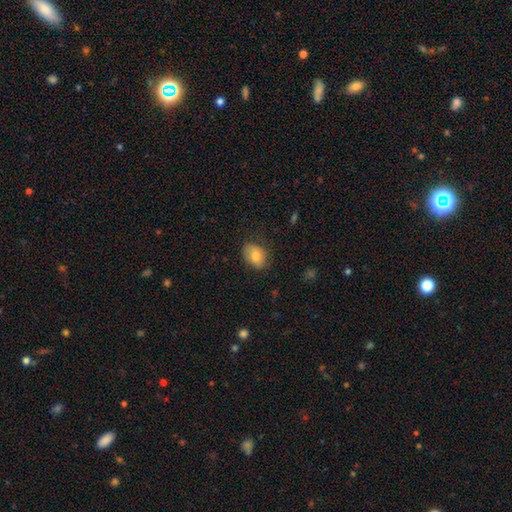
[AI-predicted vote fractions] This is likely a smooth galaxy (80%). How rounded: likely in between (77%). Merging: likely none (76%).